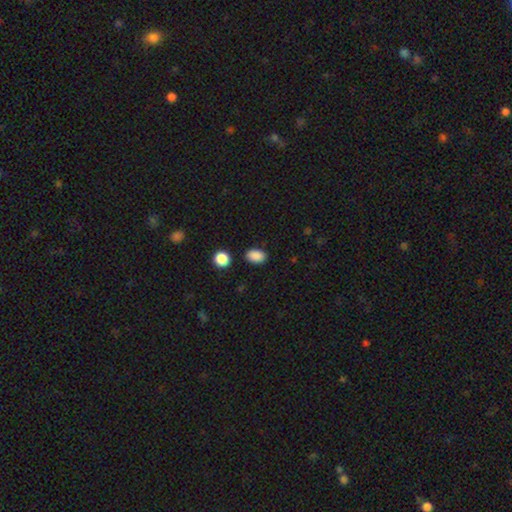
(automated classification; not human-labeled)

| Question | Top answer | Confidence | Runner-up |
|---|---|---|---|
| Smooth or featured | smooth | 88% | star or artifact (9%) |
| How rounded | in between | 81% | round (17%) |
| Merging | none | 86% | minor disturbance (9%) |